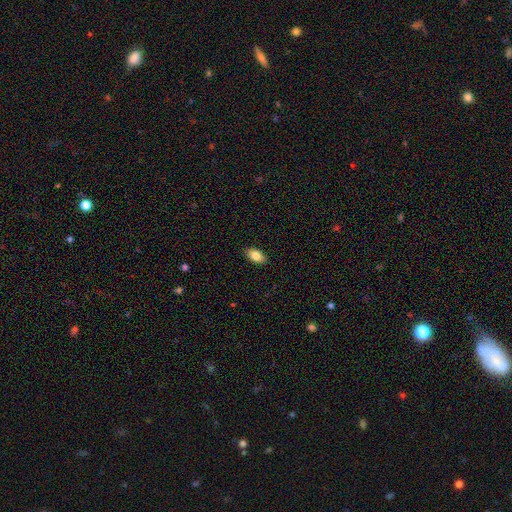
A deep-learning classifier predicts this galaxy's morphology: type=smooth (84%); roundness=in between (91%); merging=none (89%).